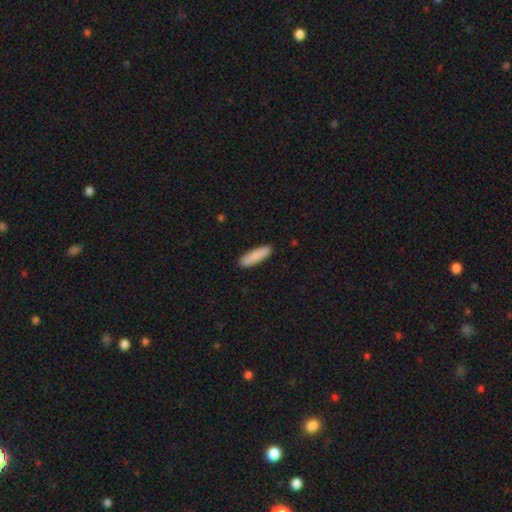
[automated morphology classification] smooth_or_featured: smooth (p=0.88) [alt: featured or disk p=0.06]
how_rounded: cigar-shaped (p=0.68) [alt: in between p=0.30]
merging: none (p=0.90) [alt: minor disturbance p=0.08]